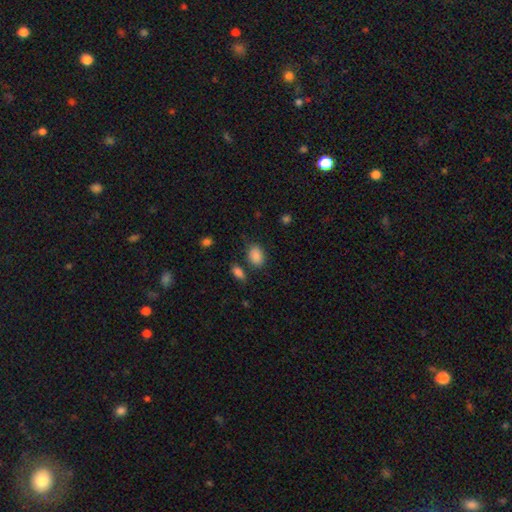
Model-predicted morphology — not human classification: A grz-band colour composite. It shows a smooth galaxy with no disk features (87%) that is in between round and cigar-shaped (81%). Merging: none (73%).